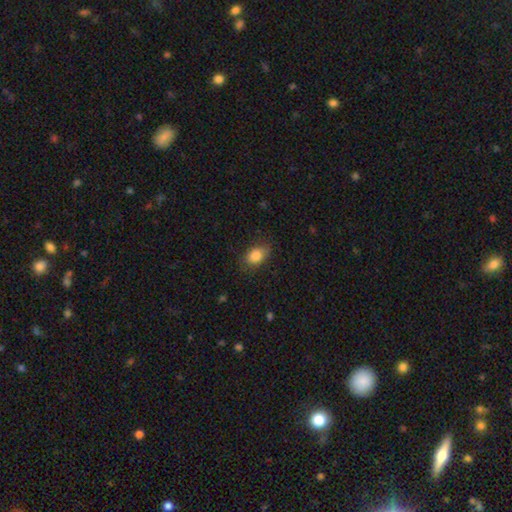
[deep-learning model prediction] A smooth galaxy with no disk features (85%) that is in between round and cigar-shaped (83%). Merging: none (76%).